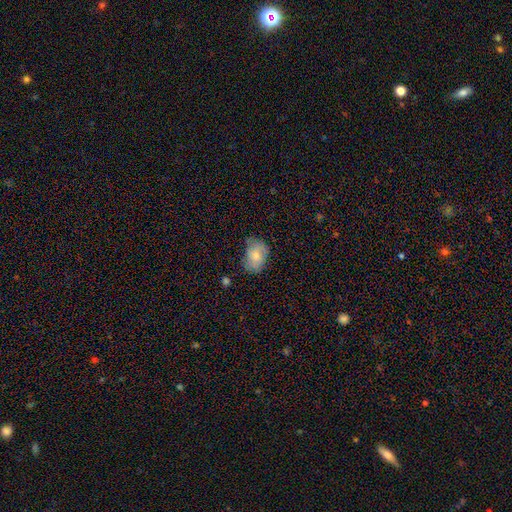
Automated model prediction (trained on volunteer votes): The model was most divided on "merging": none: 59%, minor disturbance: 31%, major disturbance: 9%, merger: 2%. More confident: how rounded — in between (78%); smooth or featured — smooth (71%).